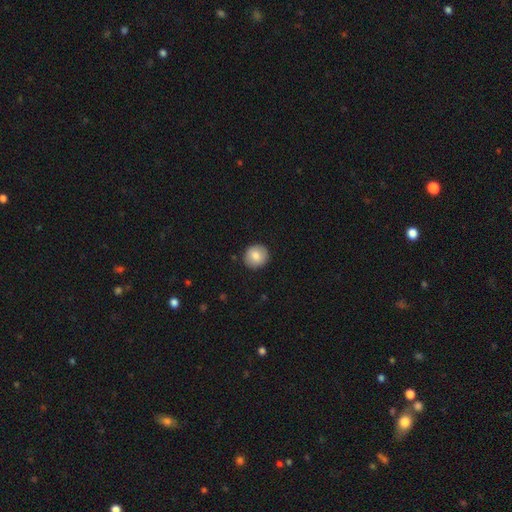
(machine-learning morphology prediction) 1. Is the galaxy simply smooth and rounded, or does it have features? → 81% smooth, 12% featured or disk, 7% star or artifact.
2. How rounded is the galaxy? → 88% round, 11% in between, 1% cigar-shaped.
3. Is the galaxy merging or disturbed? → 90% none, 7% minor disturbance, 2% major disturbance, 1% merger.